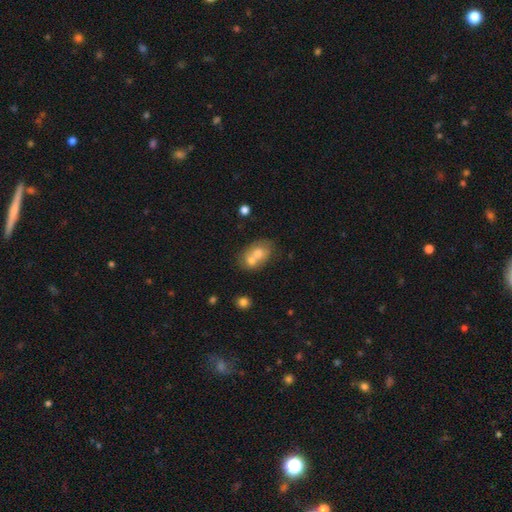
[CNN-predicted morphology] type=smooth (66%); roundness=in between (71%); merging=merger (59%).